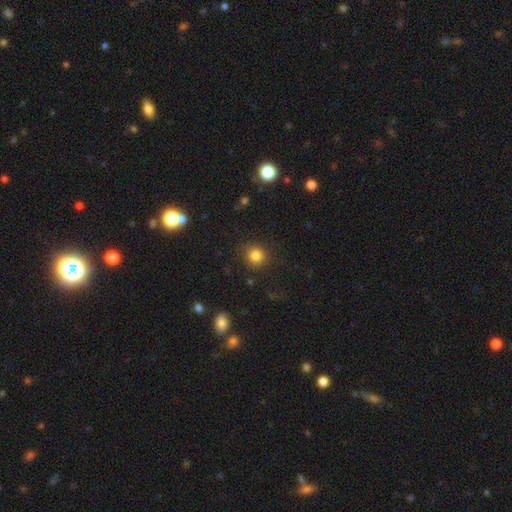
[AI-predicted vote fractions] smooth_or_featured: smooth (p=0.82) [alt: star or artifact p=0.12]
how_rounded: round (p=0.91) [alt: in between p=0.08]
merging: none (p=0.86) [alt: minor disturbance p=0.09]